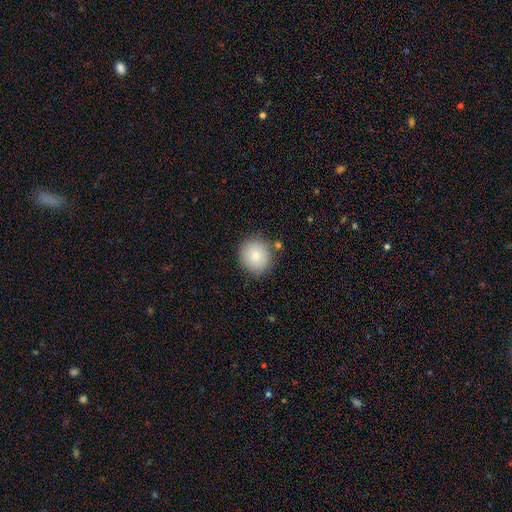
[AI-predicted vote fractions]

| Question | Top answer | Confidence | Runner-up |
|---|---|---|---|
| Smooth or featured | smooth | 85% | star or artifact (8%) |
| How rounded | round | 84% | in between (15%) |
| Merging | none | 83% | minor disturbance (11%) |